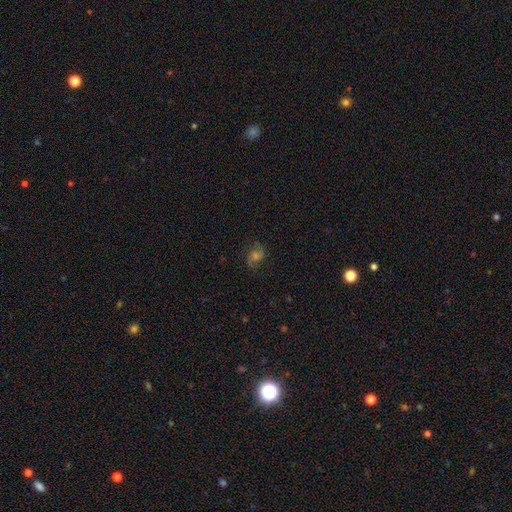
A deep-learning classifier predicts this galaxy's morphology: Q: Smooth or featured?
A: featured or disk (65%); runner-up: smooth (17%)
Q: Edge-on disk?
A: no (97%); runner-up: yes (3%)
Q: Bar?
A: no (59%); runner-up: weak (34%)
Q: Spiral arms?
A: yes (94%); runner-up: no (6%)
Q: Spiral winding?
A: medium (51%); runner-up: loose (31%)
Q: Spiral arm count?
A: 2 (89%); runner-up: can't tell (5%)
Q: Bulge size?
A: moderate (48%); runner-up: small (32%)
Q: Merging?
A: none (80%); runner-up: minor disturbance (13%)